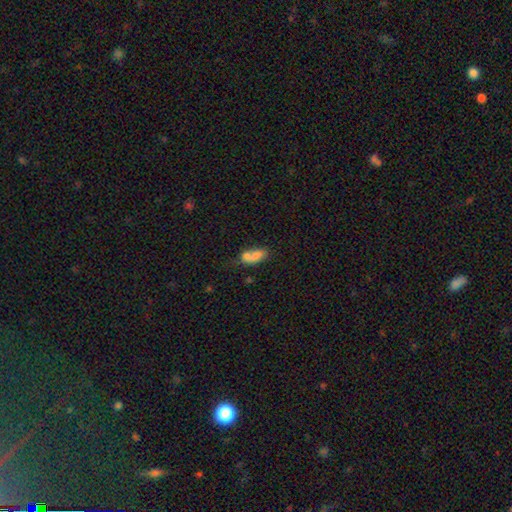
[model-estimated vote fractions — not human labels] Overall: smooth (70%). How rounded: in between (80%). Merging: merger (57%; none 24%).